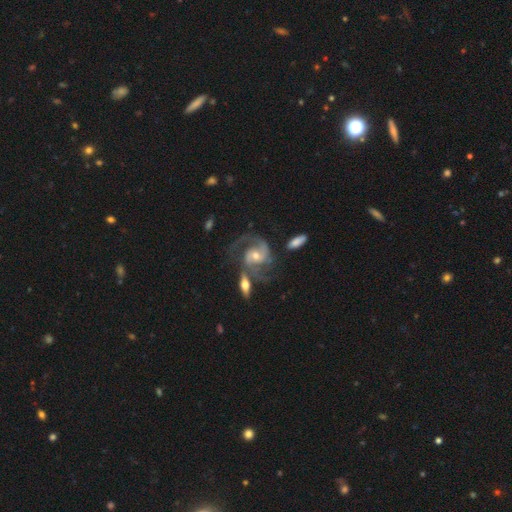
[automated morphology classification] featured or disk 90%, star or artifact 5%, smooth 5%. Down the decision tree: edge-on disk — no (97%); bar — no (47%); spiral arms — yes (98%); spiral arm count — 2 (83%); spiral winding — medium (55%); bulge size — moderate (52%); merging — none (52%).